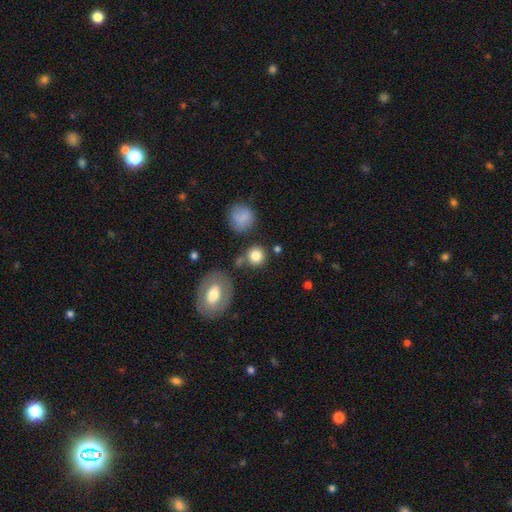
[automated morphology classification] smooth 82%, star or artifact 10%, featured or disk 8%. Down the decision tree: how rounded — round (87%); merging — none (73%).